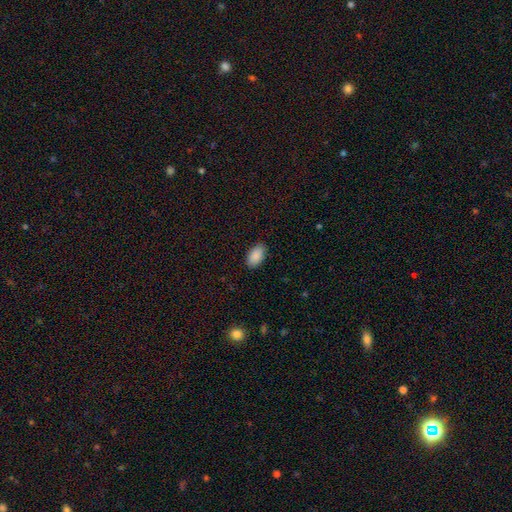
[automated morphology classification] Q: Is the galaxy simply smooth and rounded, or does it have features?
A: smooth — 90%.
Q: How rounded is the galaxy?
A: in between — 95%.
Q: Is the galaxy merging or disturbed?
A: none — 88%.